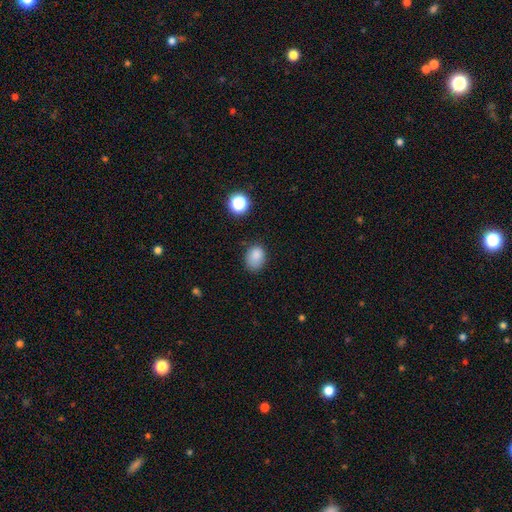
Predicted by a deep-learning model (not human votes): The model was most divided on "how rounded": in between: 65%, round: 34%, cigar-shaped: 1%. More confident: smooth or featured — smooth (83%); merging — none (68%).